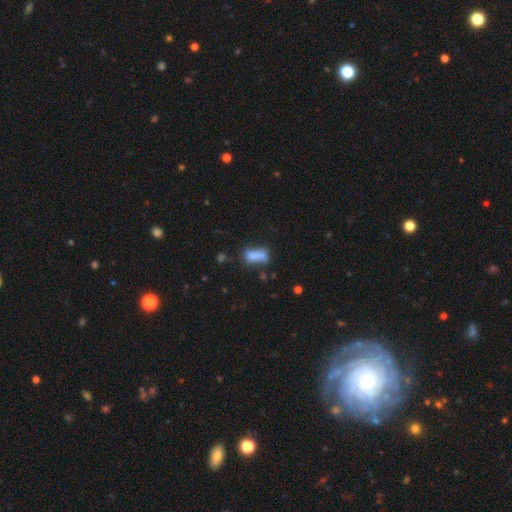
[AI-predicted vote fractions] The model was most divided on "merging": none: 37%, minor disturbance: 24%, merger: 22%, major disturbance: 17%. More confident: how rounded — in between (70%); smooth or featured — smooth (69%).